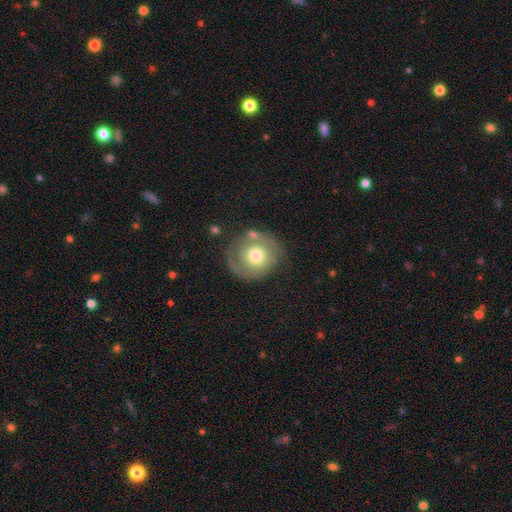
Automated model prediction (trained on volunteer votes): This appears to be a smooth galaxy with no disk features (47%). Merging: none (67%).